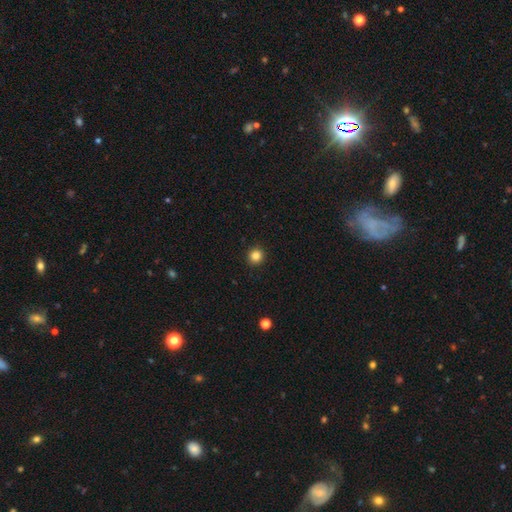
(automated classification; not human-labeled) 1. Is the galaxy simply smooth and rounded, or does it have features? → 85% smooth, 11% star or artifact, 4% featured or disk.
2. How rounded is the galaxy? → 94% round, 5% in between, 1% cigar-shaped.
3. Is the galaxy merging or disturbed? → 93% none, 4% minor disturbance, 2% major disturbance, 1% merger.